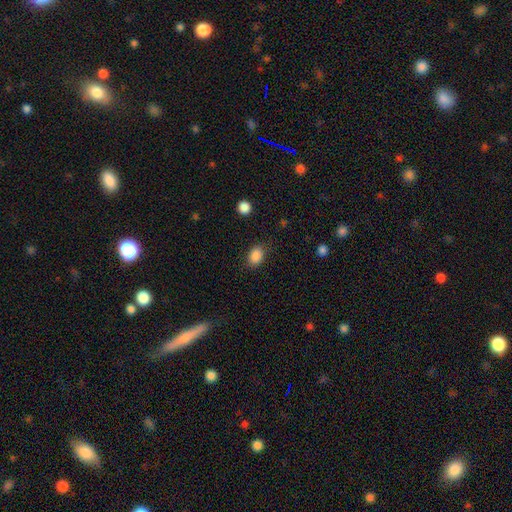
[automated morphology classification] The model was most divided on "how rounded": in between: 72%, round: 26%, cigar-shaped: 1%. More confident: smooth or featured — smooth (88%); merging — none (82%).